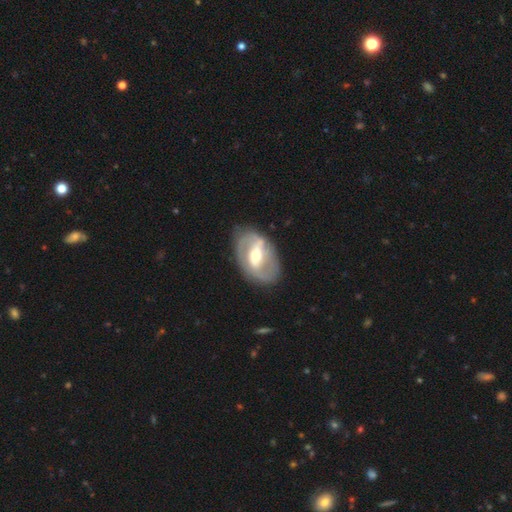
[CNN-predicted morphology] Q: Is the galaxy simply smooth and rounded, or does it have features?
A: featured or disk — 79%.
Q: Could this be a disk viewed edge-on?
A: no — 95%.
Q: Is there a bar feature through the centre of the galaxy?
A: strong — 50%.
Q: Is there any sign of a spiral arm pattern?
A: yes — 74%.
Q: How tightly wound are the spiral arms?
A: medium — 42%.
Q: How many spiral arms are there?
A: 2 — 80%.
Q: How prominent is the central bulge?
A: moderate — 67%.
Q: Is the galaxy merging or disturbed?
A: none — 77%.